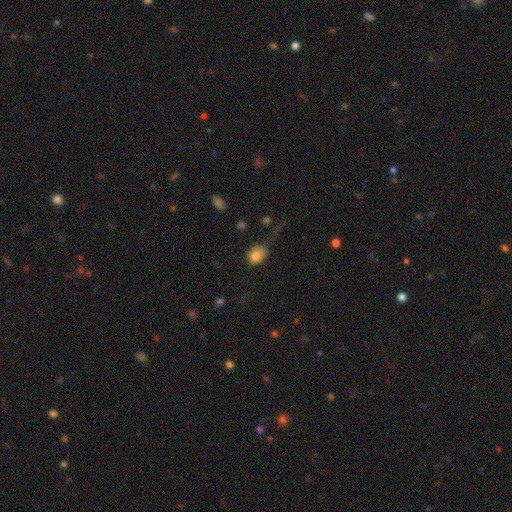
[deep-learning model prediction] Overall: smooth (81%). How rounded: in between (58%; round 41%). Merging: none (47%; minor disturbance 31%).